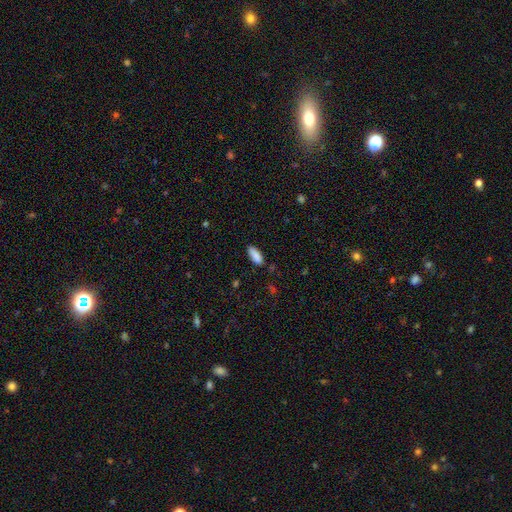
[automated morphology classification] A smooth galaxy with no disk features (89%) that is in between round and cigar-shaped (74%). Merging: none (83%).